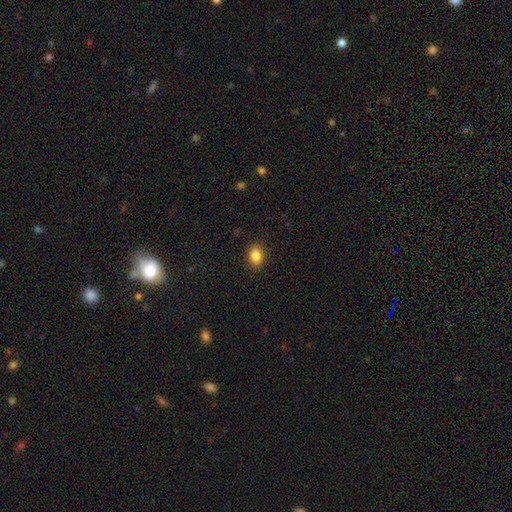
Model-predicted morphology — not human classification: Smooth or featured? Predicted: smooth (p=0.86). How rounded? Predicted: in between (p=0.74). Merging? Predicted: none (p=0.89).